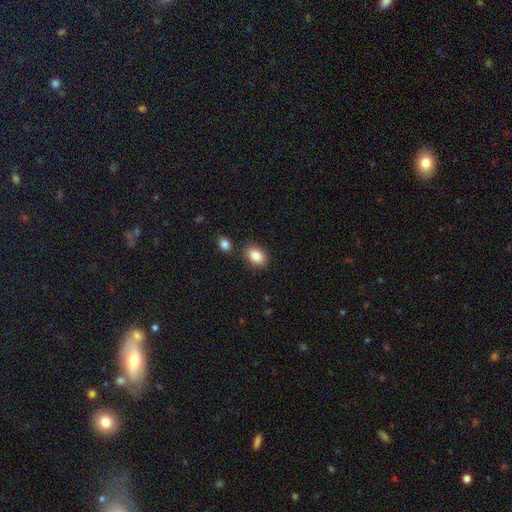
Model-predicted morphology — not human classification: type=smooth (86%); roundness=in between (80%); merging=none (81%).